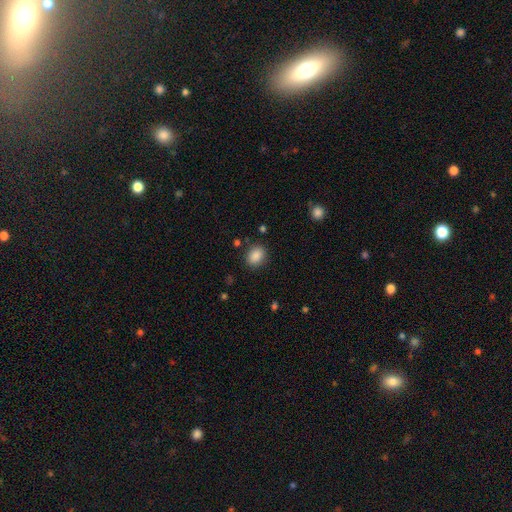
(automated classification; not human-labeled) Q: Smooth or featured?
A: smooth (88%); runner-up: star or artifact (9%)
Q: How rounded?
A: in between (61%); runner-up: round (38%)
Q: Merging?
A: none (86%); runner-up: minor disturbance (10%)